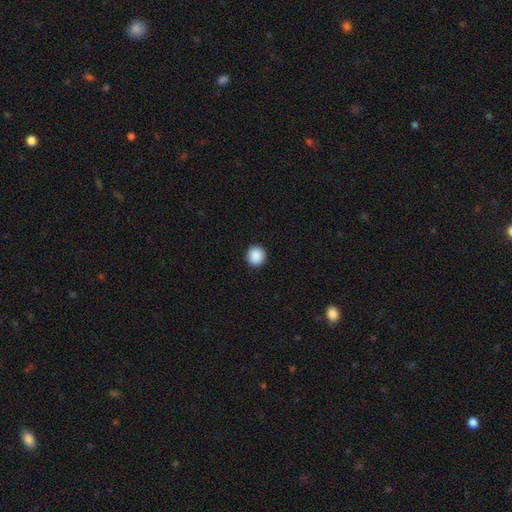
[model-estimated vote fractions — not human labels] Overall: smooth (90%). How rounded: round (94%). Merging: none (92%).